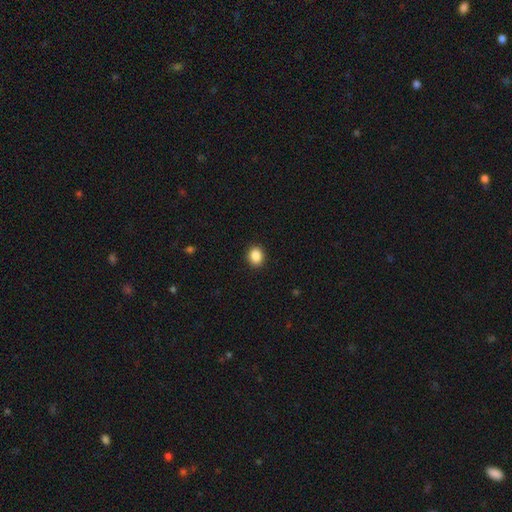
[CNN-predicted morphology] This appears to be a smooth galaxy with no disk features (88%) that is round (61%). Merging: none (91%).